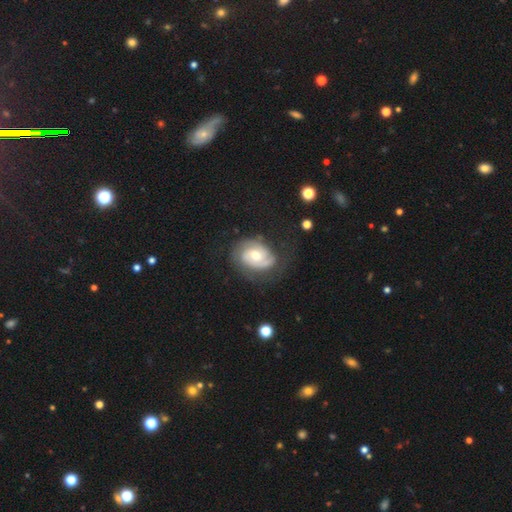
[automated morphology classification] Smooth or featured?
  - featured or disk: 77% *
  - smooth: 17%
  - star or artifact: 6%
Edge-on disk?
  - no: 97% *
  - yes: 3%
Bar?
  - no: 58% *
  - weak: 35%
  - strong: 7%
Spiral arms?
  - yes: 92% *
  - no: 8%
Spiral winding?
  - tight: 52% *
  - medium: 36%
  - loose: 11%
Spiral arm count?
  - 2: 57% *
  - can't tell: 21%
  - 3: 12%
  - 1: 5%
  - 4: 2%
  - more than 4: 2%
Bulge size?
  - moderate: 69% *
  - small: 21%
  - large: 8%
  - none: 1%
  - dominant: 1%
Merging?
  - none: 63% *
  - minor disturbance: 22%
  - major disturbance: 13%
  - merger: 2%